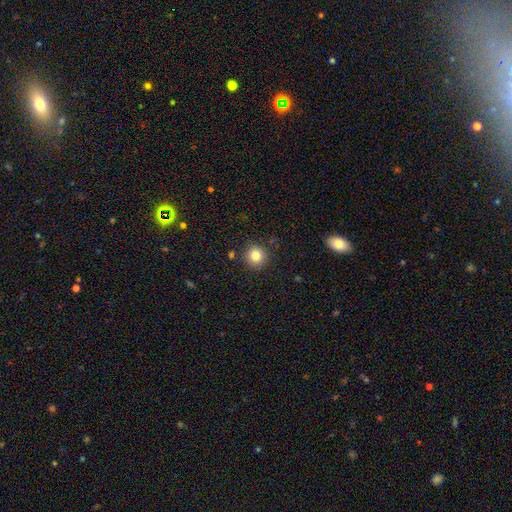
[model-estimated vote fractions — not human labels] This is clearly a smooth galaxy (82%). How rounded: clearly round (93%). Merging: clearly none (89%).